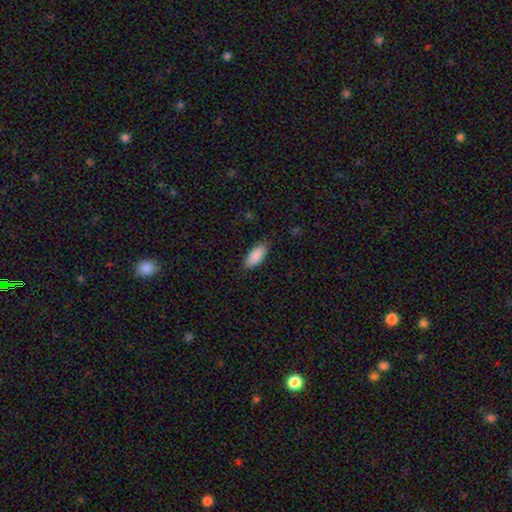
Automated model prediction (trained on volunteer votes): smooth-or-featured: smooth: 90% | star or artifact: 6% | featured or disk: 4%
  how-rounded: in between: 88% | cigar-shaped: 11% | round: 2%
  merging: none: 85% | minor disturbance: 12% | major disturbance: 2% | merger: 1%